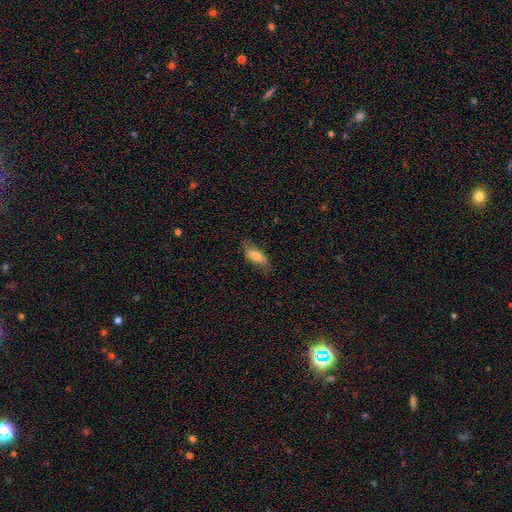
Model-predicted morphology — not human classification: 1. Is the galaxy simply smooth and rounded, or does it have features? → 73% smooth, 20% featured or disk, 7% star or artifact.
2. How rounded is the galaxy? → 80% in between, 17% cigar-shaped, 3% round.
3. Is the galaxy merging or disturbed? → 70% none, 22% minor disturbance, 6% major disturbance, 1% merger.